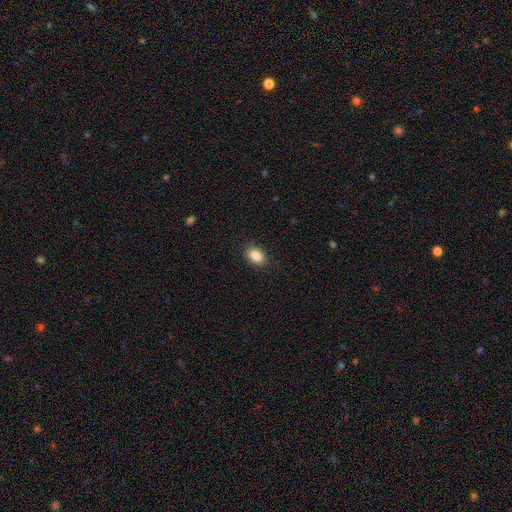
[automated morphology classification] Q: Smooth or featured?
A: smooth (86%); runner-up: star or artifact (9%)
Q: How rounded?
A: in between (78%); runner-up: round (21%)
Q: Merging?
A: none (88%); runner-up: minor disturbance (9%)